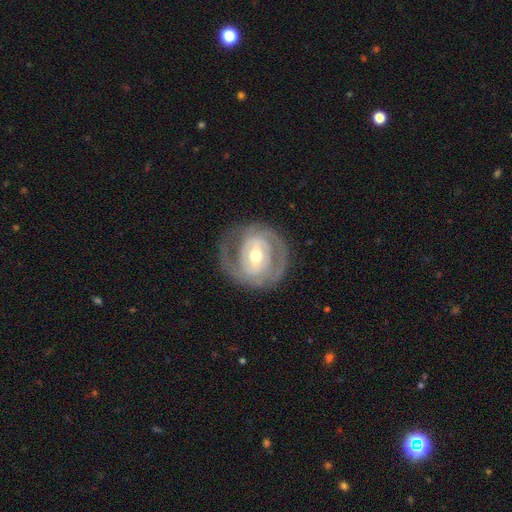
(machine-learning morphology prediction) smooth_or_featured: featured or disk (p=0.82) [alt: smooth p=0.14]
disk_edge_on: no (p=0.97) [alt: yes p=0.03]
bar: weak (p=0.43) [alt: strong p=0.34]
has_spiral_arms: yes (p=0.82) [alt: no p=0.18]
spiral_winding: tight (p=0.61) [alt: medium p=0.30]
spiral_arm_count: 2 (p=0.68) [alt: can't tell p=0.17]
bulge_size: moderate (p=0.67) [alt: small p=0.26]
merging: none (p=0.76) [alt: minor disturbance p=0.15]